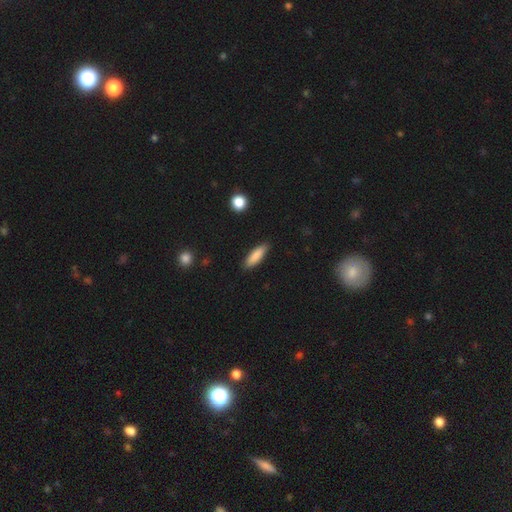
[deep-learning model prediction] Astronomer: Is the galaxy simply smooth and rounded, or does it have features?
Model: smooth — 86%.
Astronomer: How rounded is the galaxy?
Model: cigar-shaped — 54% (runner-up: in between, 45%).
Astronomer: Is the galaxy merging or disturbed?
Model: none — 85%.